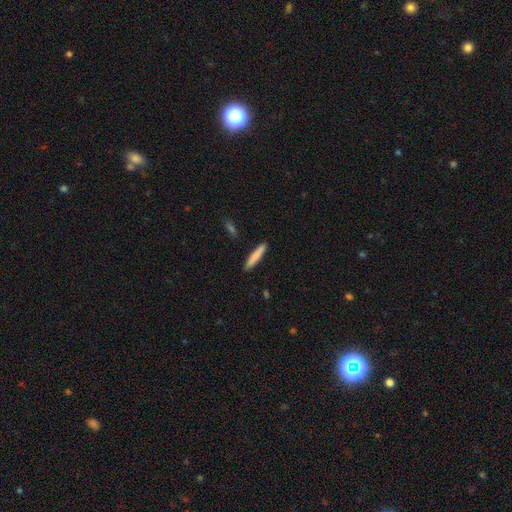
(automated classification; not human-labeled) This is clearly a smooth galaxy (81%). How rounded: clearly cigar-shaped (91%). Merging: clearly none (90%).